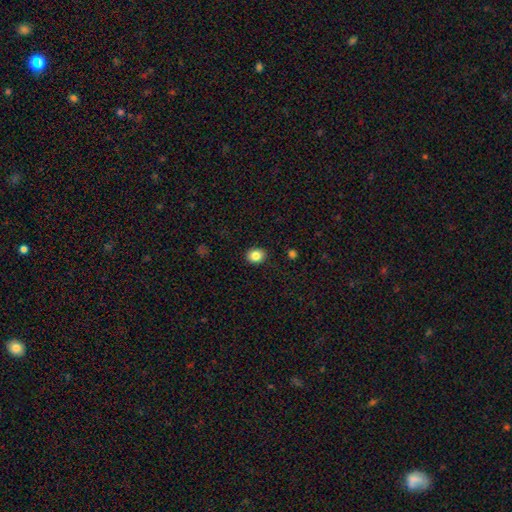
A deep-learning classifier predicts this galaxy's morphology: type=smooth (85%); roundness=round (64%); merging=none (90%).